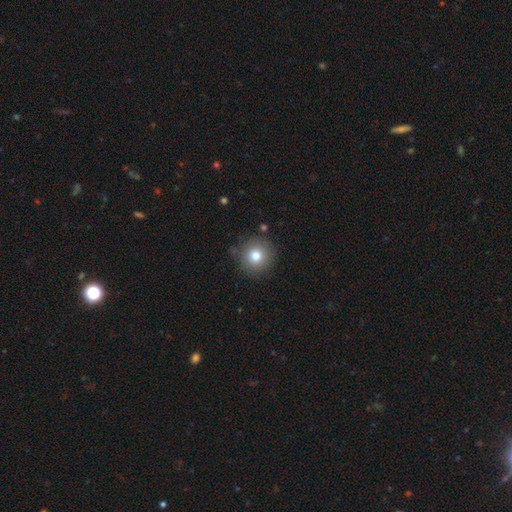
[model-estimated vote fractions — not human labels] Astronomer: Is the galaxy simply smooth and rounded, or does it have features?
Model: smooth — 78%.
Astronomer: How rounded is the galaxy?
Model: round — 94%.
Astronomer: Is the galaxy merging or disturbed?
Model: none — 86%.